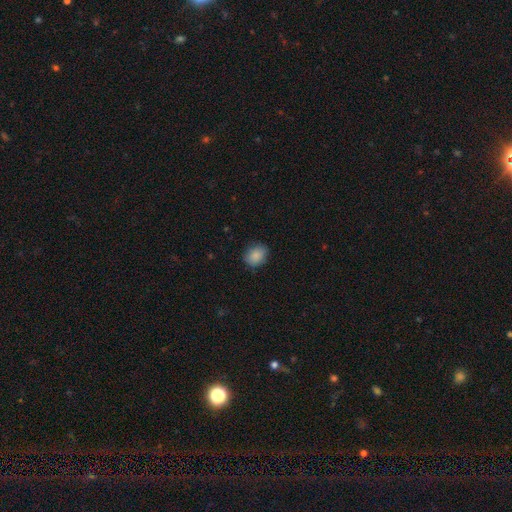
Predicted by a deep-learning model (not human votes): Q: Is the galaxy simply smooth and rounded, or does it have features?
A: smooth — 88%.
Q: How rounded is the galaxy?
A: round — 52%.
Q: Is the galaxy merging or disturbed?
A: none — 81%.